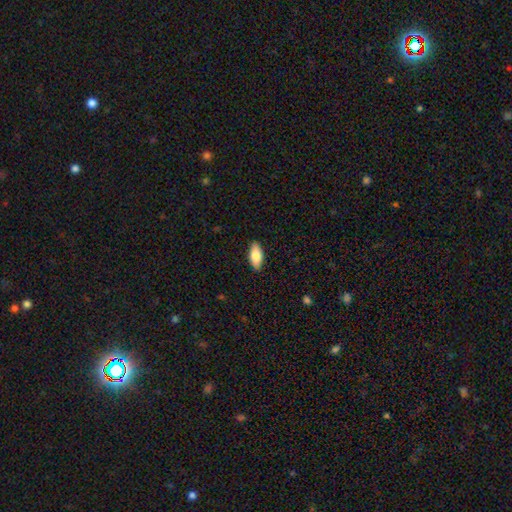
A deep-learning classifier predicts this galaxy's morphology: Q: Smooth or featured?
A: smooth (80%); runner-up: featured or disk (14%)
Q: How rounded?
A: in between (88%); runner-up: cigar-shaped (10%)
Q: Merging?
A: none (89%); runner-up: minor disturbance (8%)